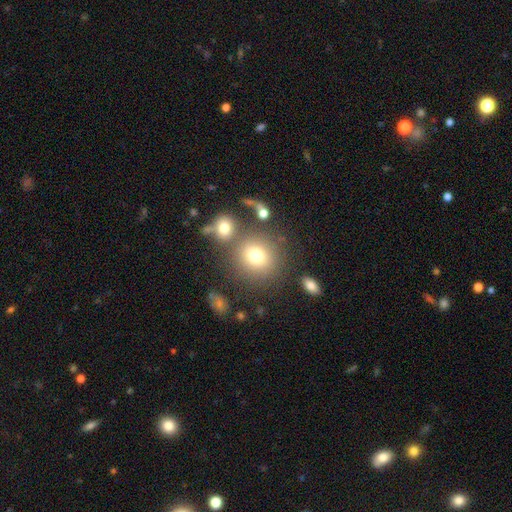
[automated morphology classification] The model was most divided on "merging": none: 68%, merger: 15%, minor disturbance: 11%, major disturbance: 6%. More confident: how rounded — round (86%); smooth or featured — smooth (76%).